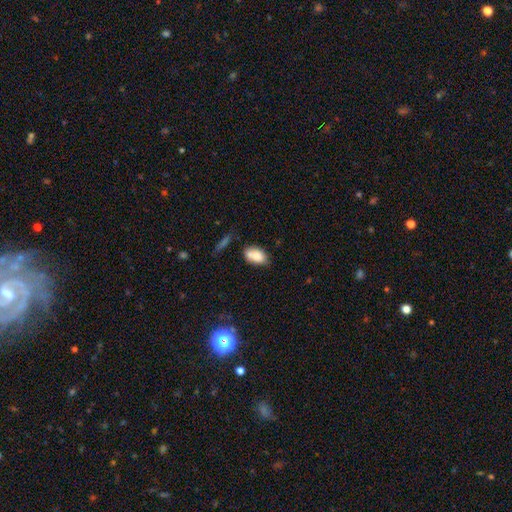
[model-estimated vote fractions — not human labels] This is likely a smooth galaxy (78%). How rounded: clearly in between (88%). Merging: possibly none (48%).